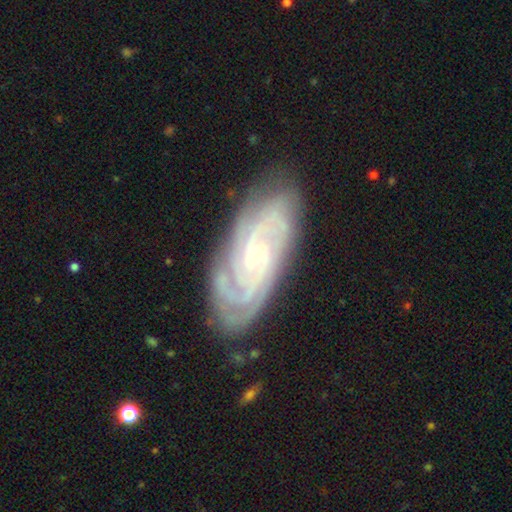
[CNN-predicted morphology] Smooth or featured?
  - featured or disk: 88% *
  - smooth: 6%
  - star or artifact: 6%
Edge-on disk?
  - no: 94% *
  - yes: 6%
Bar?
  - no: 70% *
  - weak: 23%
  - strong: 7%
Spiral arms?
  - yes: 98% *
  - no: 2%
Spiral winding?
  - tight: 78% *
  - medium: 19%
  - loose: 3%
Spiral arm count?
  - 4: 27% *
  - 3: 22%
  - can't tell: 21%
  - 2: 13%
  - more than 4: 11%
  - 1: 6%
Bulge size?
  - small: 75% *
  - moderate: 22%
  - none: 1%
  - large: 1%
  - dominant: 1%
Merging?
  - none: 81% *
  - minor disturbance: 15%
  - major disturbance: 4%
  - merger: 1%